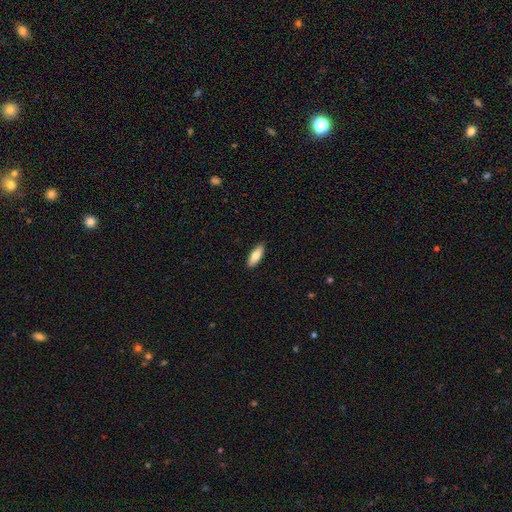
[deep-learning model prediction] A smooth galaxy with no disk features (79%) that is in between round and cigar-shaped (71%).

Vote fractions:
- Smooth or featured? smooth: 79% / featured or disk: 15% / star or artifact: 6%
- How rounded? in between: 71% / cigar-shaped: 27% / round: 2%
- Merging? none: 89% / minor disturbance: 8% / major disturbance: 2% / merger: 1%